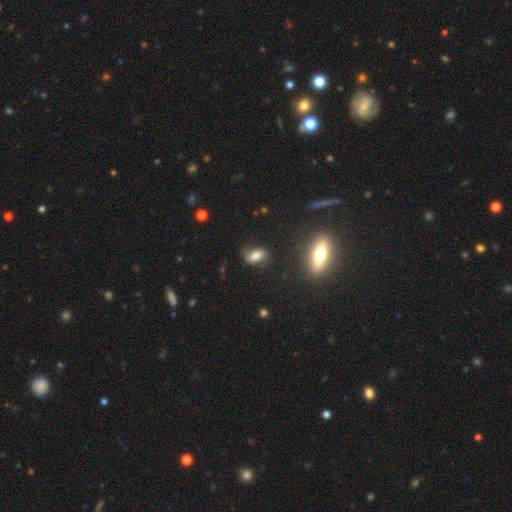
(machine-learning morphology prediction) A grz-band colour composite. It shows a smooth galaxy with no disk features (72%) that is in between round and cigar-shaped (86%). Merging: none (66%).